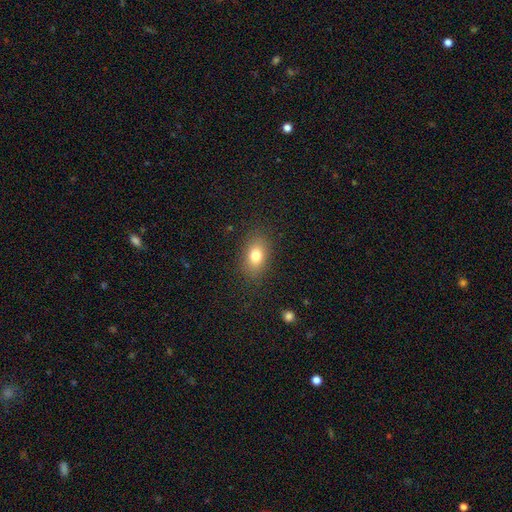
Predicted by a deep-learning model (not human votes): Smooth or featured? smooth (78%)
How rounded? in between (82%)
Merging? none (85%)